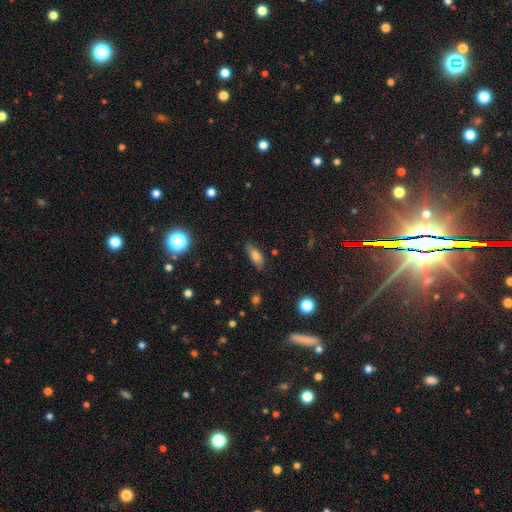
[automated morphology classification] Smooth or featured: smooth — 74% (featured or disk — 16%)
How rounded: in between — 75% (cigar-shaped — 22%)
Merging: none — 78% (minor disturbance — 18%)